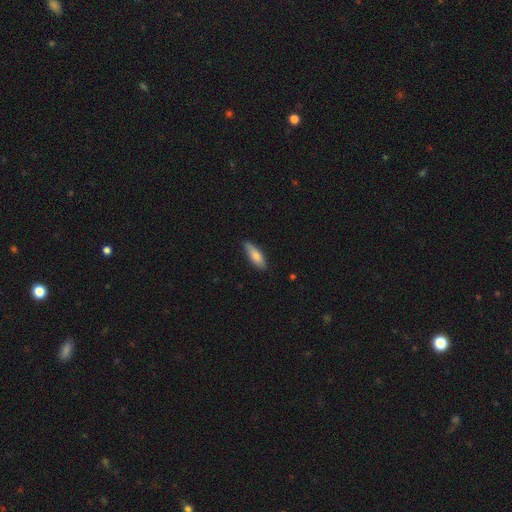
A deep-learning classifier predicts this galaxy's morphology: Smooth or featured? Predicted: smooth (p=0.78). How rounded? Predicted: in between (p=0.52). Merging? Predicted: none (p=0.77).